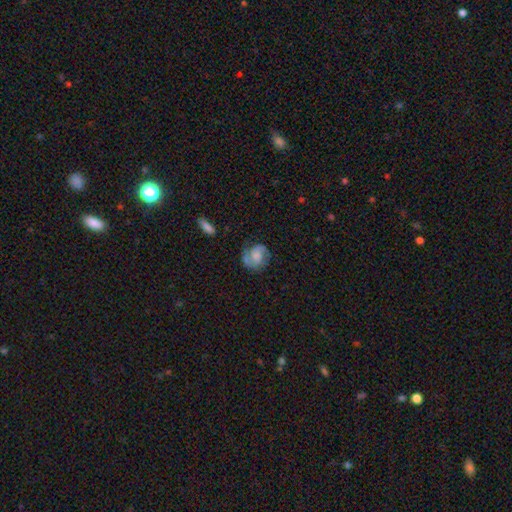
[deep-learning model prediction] This is likely a featured or disk galaxy (64%). It is clearly not viewed edge-on (98%). Bar: possibly no (60%). Spiral arm pattern: clearly yes (90%). Spiral arm count: clearly 2 (80%). Spiral winding: possibly medium (47%). Central bulge: marginally moderate (31%). Merging: likely none (66%).